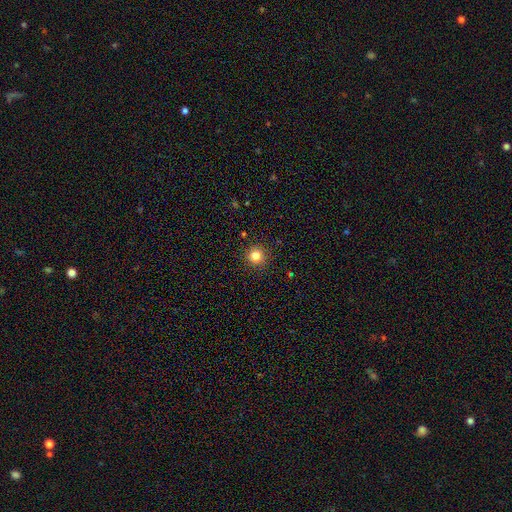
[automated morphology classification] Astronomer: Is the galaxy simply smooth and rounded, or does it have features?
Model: smooth — 81%.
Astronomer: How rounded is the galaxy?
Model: round — 95%.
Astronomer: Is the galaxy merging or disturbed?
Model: none — 91%.